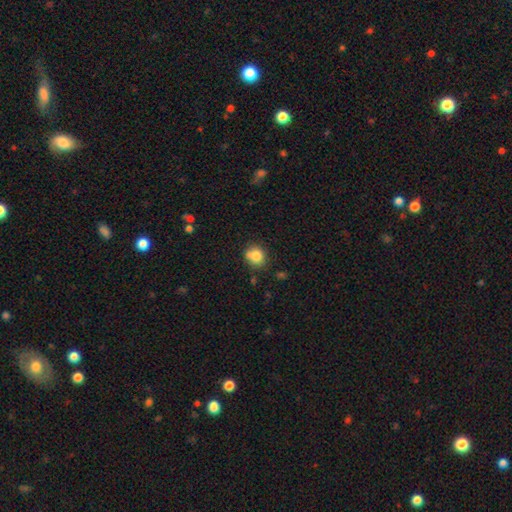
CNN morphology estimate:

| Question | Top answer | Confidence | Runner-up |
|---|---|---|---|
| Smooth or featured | smooth | 81% | star or artifact (10%) |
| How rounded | round | 77% | in between (22%) |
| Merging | none | 65% | minor disturbance (18%) |